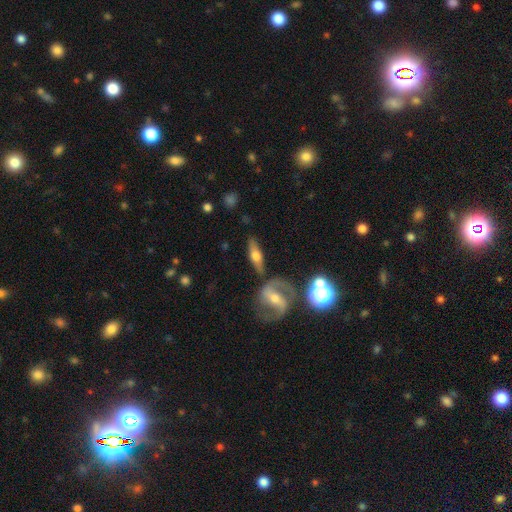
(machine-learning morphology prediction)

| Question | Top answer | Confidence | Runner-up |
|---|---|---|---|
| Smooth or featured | featured or disk | 62% | smooth (31%) |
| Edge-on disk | yes | 79% | no (21%) |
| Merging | none | 76% | minor disturbance (12%) |